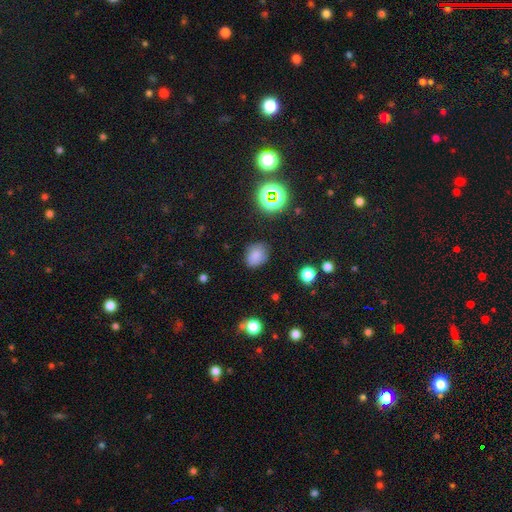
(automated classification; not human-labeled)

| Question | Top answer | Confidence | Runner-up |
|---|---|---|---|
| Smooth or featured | smooth | 77% | star or artifact (15%) |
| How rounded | round | 53% | in between (46%) |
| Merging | none | 79% | minor disturbance (16%) |